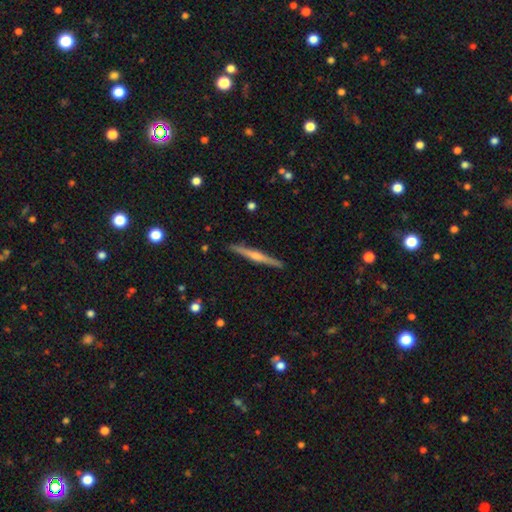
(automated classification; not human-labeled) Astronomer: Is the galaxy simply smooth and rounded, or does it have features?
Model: featured or disk — 70%.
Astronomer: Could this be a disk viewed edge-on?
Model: yes — 98%.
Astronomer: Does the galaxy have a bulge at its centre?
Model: rounded — 74%.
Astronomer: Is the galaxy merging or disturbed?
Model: none — 92%.